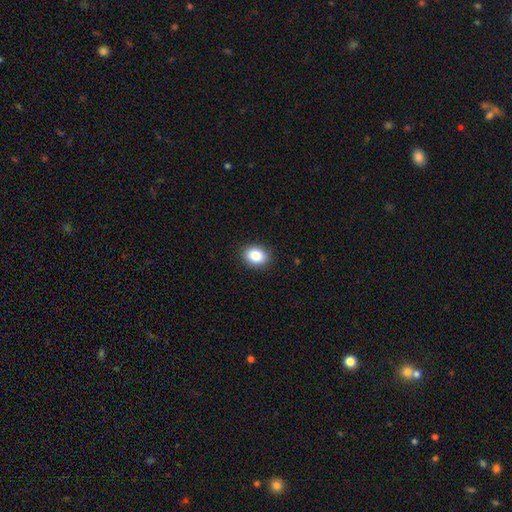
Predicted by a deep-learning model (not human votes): Smooth or featured? smooth (86%)
How rounded? in between (63%)
Merging? none (90%)